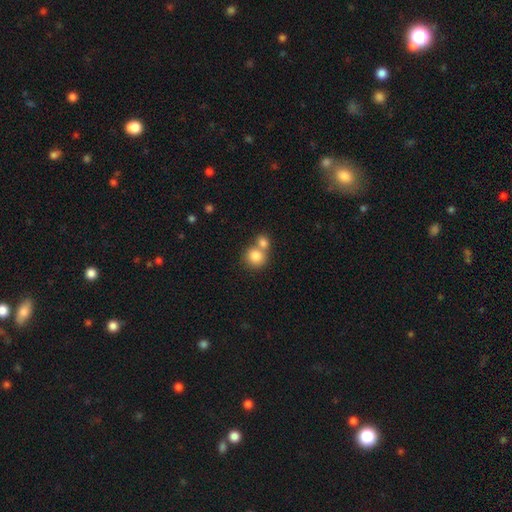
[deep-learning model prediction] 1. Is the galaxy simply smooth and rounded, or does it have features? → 81% smooth, 9% featured or disk, 9% star or artifact.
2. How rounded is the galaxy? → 84% round, 16% in between, 1% cigar-shaped.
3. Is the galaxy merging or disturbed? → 50% merger, 41% none, 7% minor disturbance, 3% major disturbance.